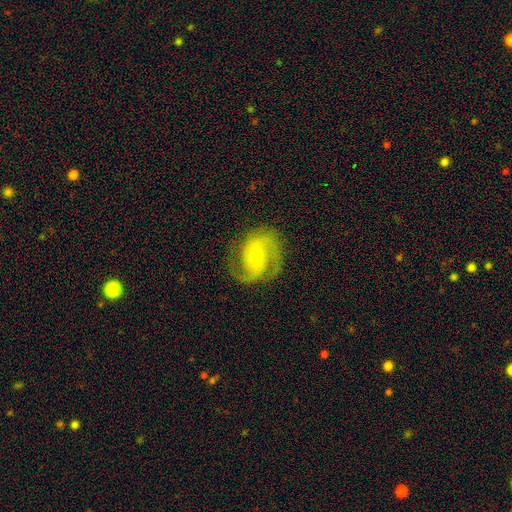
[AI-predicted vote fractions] smooth_or_featured: featured or disk (p=0.86) [alt: smooth p=0.09]
disk_edge_on: no (p=0.98) [alt: yes p=0.02]
bar: weak (p=0.46) [alt: no p=0.39]
has_spiral_arms: yes (p=0.97) [alt: no p=0.03]
spiral_winding: medium (p=0.54) [alt: tight p=0.28]
spiral_arm_count: 2 (p=0.79) [alt: 3 p=0.08]
bulge_size: moderate (p=0.52) [alt: small p=0.44]
merging: none (p=0.75) [alt: minor disturbance p=0.16]